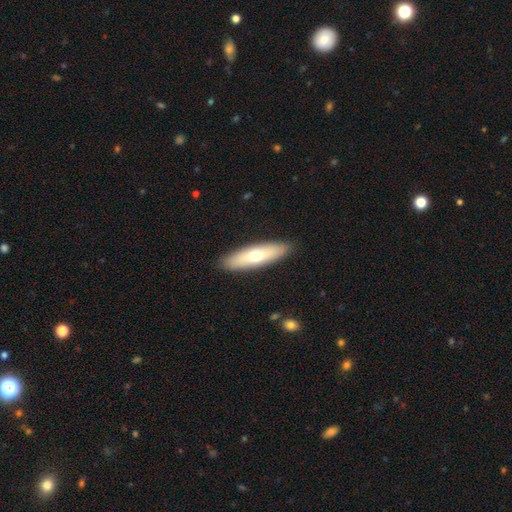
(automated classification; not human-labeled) This is likely a smooth galaxy (62%). How rounded: possibly cigar-shaped (59%). Merging: clearly none (89%).